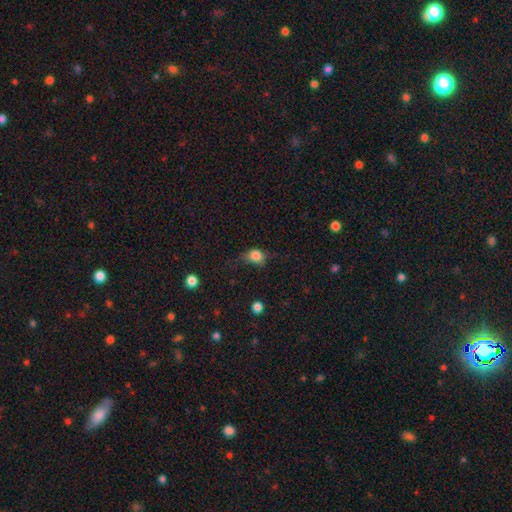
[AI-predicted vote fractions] A smooth galaxy with no disk features (79%) that is round (57%). Merging: none (48%).